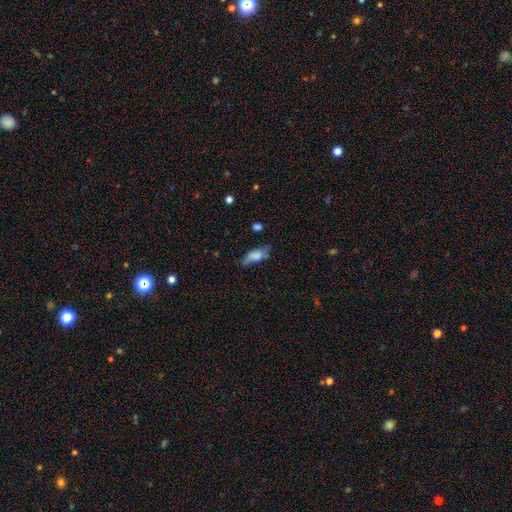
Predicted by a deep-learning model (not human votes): Q: Smooth or featured?
A: smooth (69%); runner-up: featured or disk (22%)
Q: How rounded?
A: in between (71%); runner-up: cigar-shaped (25%)
Q: Merging?
A: none (49%); runner-up: minor disturbance (33%)